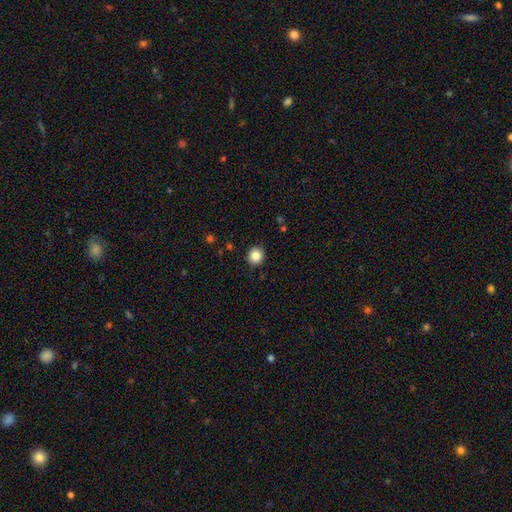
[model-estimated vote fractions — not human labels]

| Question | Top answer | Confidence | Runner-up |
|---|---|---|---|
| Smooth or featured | smooth | 85% | star or artifact (10%) |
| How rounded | round | 85% | in between (14%) |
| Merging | none | 91% | minor disturbance (6%) |